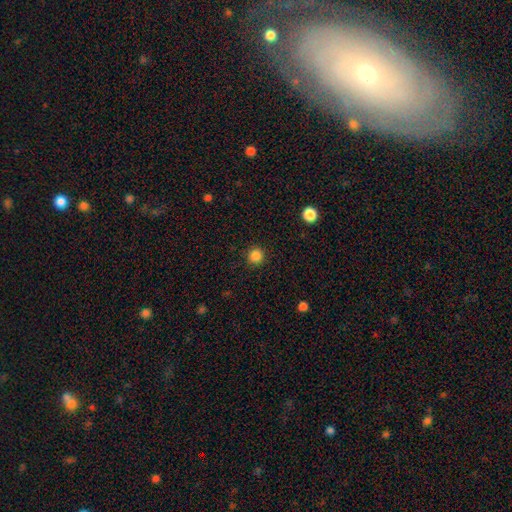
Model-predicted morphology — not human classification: smooth-or-featured: smooth: 85% | star or artifact: 12% | featured or disk: 3%
  how-rounded: round: 94% | in between: 5% | cigar-shaped: 1%
  merging: none: 92% | minor disturbance: 5% | major disturbance: 2% | merger: 1%